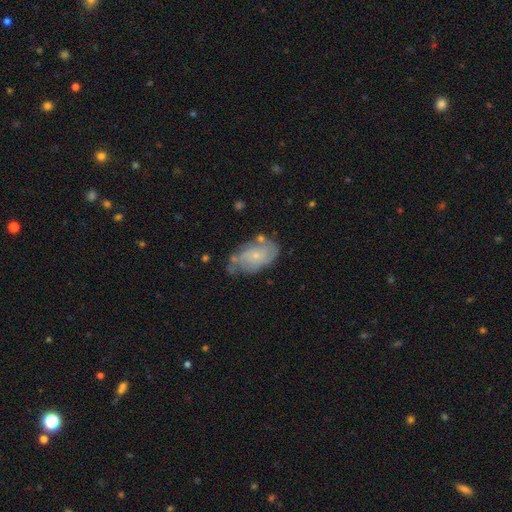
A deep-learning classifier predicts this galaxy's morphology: This is possibly a featured or disk galaxy (56%). It is clearly not viewed edge-on (95%). Bar: clearly no (80%). Spiral arm pattern: likely yes (69%). Central bulge: likely small (79%). Merging: possibly none (53%).